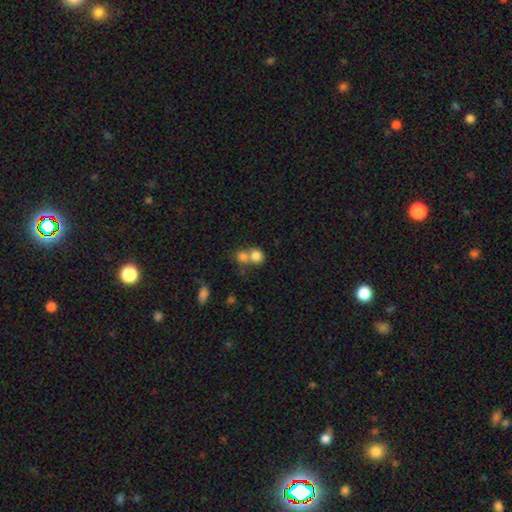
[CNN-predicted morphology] type=smooth (80%); roundness=round (74%); merging=merger (54%).